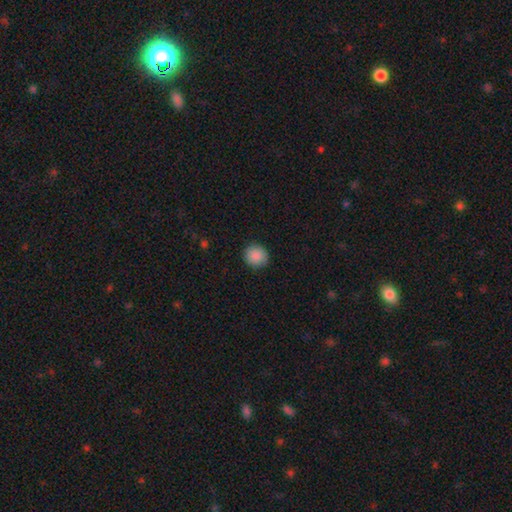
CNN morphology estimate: Smooth or featured: smooth — 89% (star or artifact — 8%)
How rounded: round — 89% (in between — 10%)
Merging: none — 90% (minor disturbance — 7%)